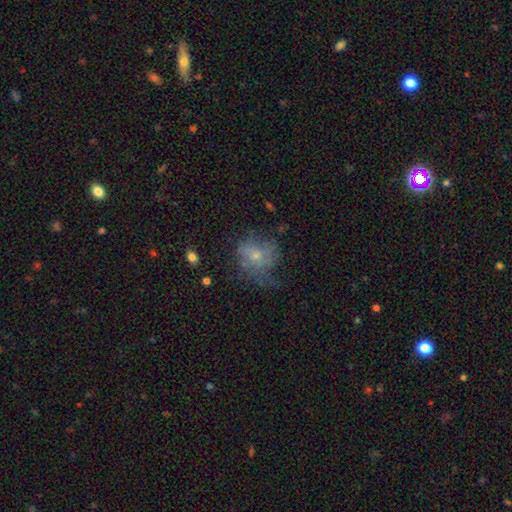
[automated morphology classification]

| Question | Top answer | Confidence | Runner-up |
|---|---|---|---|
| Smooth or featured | smooth | 53% | featured or disk (35%) |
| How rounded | round | 62% | in between (36%) |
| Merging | none | 37% | major disturbance (34%) |